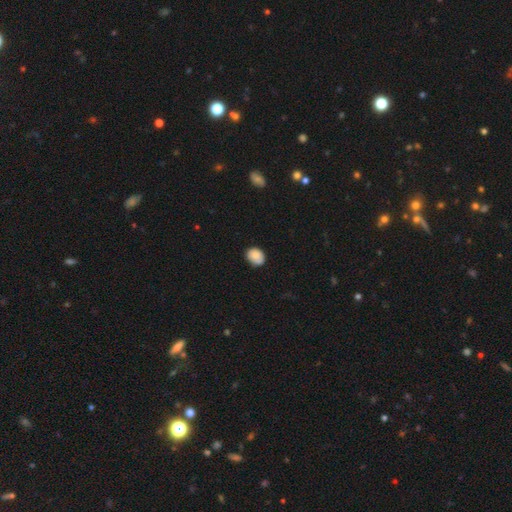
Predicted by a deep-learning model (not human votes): Smooth or featured: smooth — 85% (star or artifact — 8%)
How rounded: in between — 51% (round — 48%)
Merging: none — 76% (minor disturbance — 20%)